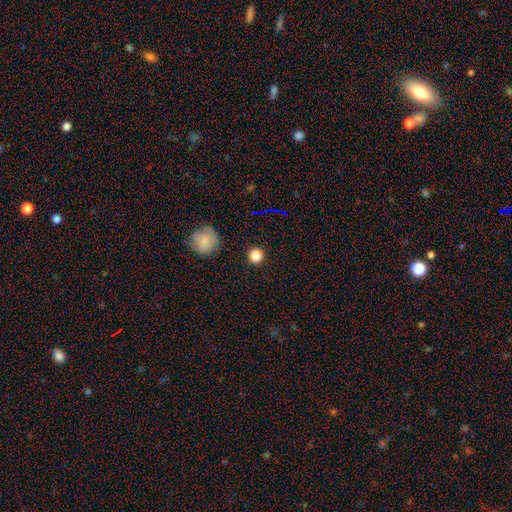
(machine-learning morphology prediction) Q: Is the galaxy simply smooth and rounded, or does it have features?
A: smooth — 83%.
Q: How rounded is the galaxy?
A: round — 96%.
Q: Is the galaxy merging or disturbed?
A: none — 91%.